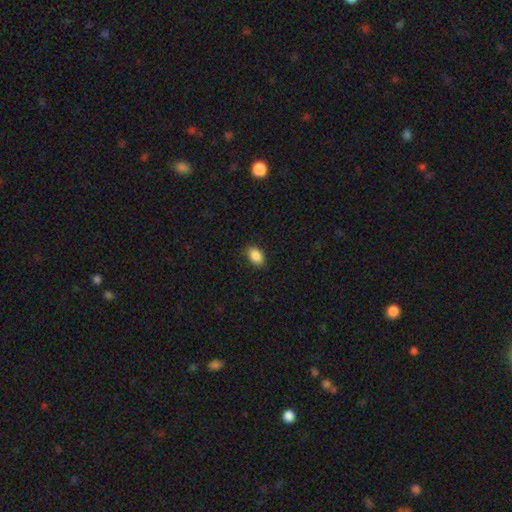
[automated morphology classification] This appears to be a smooth galaxy with no disk features (88%) that is in between round and cigar-shaped (86%). Merging: none (86%).